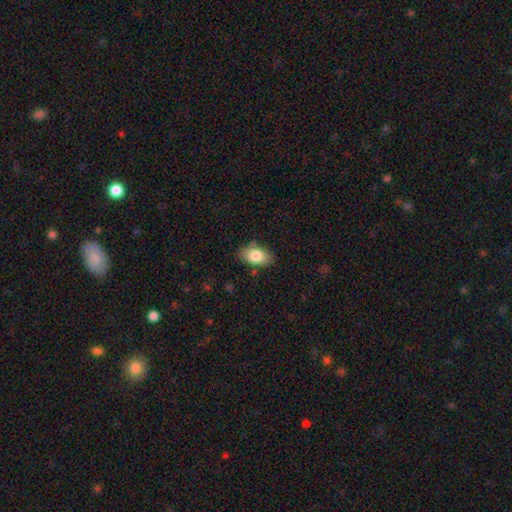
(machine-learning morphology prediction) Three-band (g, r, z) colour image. It shows a smooth galaxy with no disk features (82%) that is in between round and cigar-shaped (91%). Merging: none (81%).